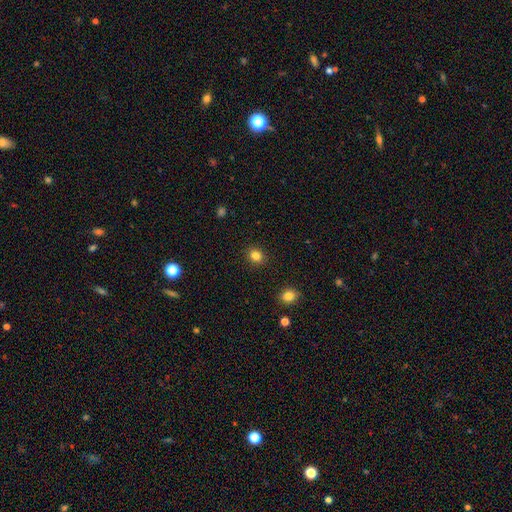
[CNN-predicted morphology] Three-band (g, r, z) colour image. It shows a smooth galaxy with no disk features (83%) that is round (71%). Merging: none (90%).